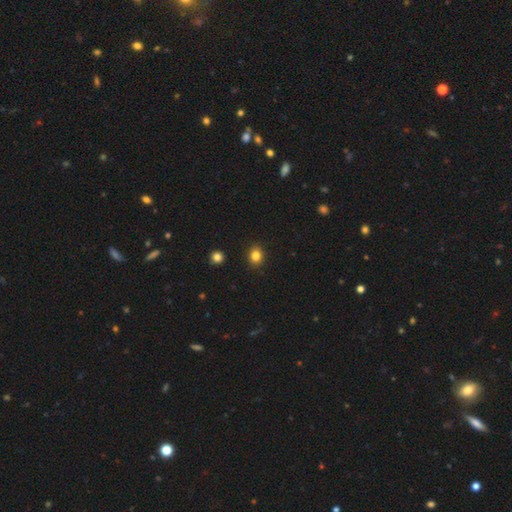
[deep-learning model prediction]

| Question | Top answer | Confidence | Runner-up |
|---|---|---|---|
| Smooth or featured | smooth | 84% | star or artifact (12%) |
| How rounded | round | 67% | in between (32%) |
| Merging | none | 90% | minor disturbance (7%) |